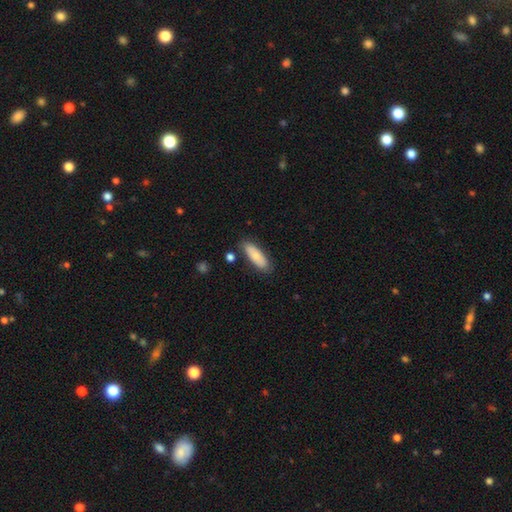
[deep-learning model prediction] Smooth or featured: smooth — 78% (featured or disk — 16%)
How rounded: in between — 66% (cigar-shaped — 32%)
Merging: none — 80% (minor disturbance — 14%)